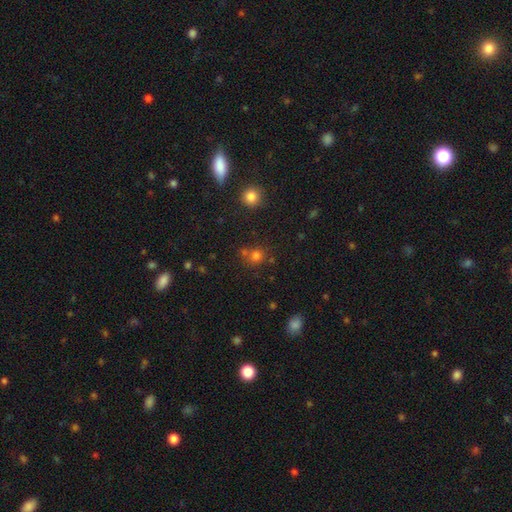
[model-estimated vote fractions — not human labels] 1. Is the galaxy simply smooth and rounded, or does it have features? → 75% smooth, 18% star or artifact, 7% featured or disk.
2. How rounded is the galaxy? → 86% round, 14% in between, 1% cigar-shaped.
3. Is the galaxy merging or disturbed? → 65% none, 20% merger, 11% minor disturbance, 4% major disturbance.